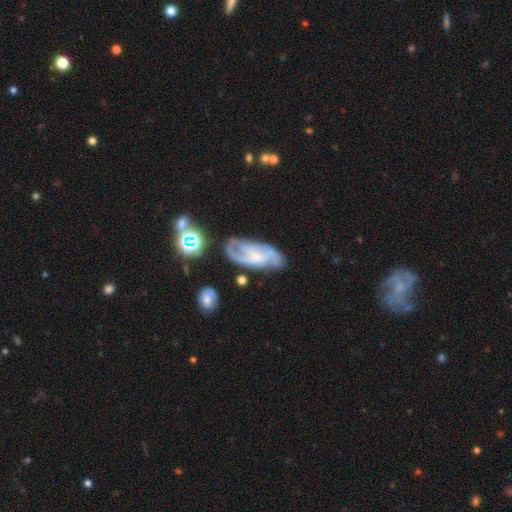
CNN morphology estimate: Smooth or featured? featured or disk (78%)
Edge-on disk? no (94%)
Bar? no (52%)
Spiral arms? yes (92%)
Spiral winding? medium (48%)
Spiral arm count? 2 (56%)
Bulge size? small (54%)
Merging? none (62%)